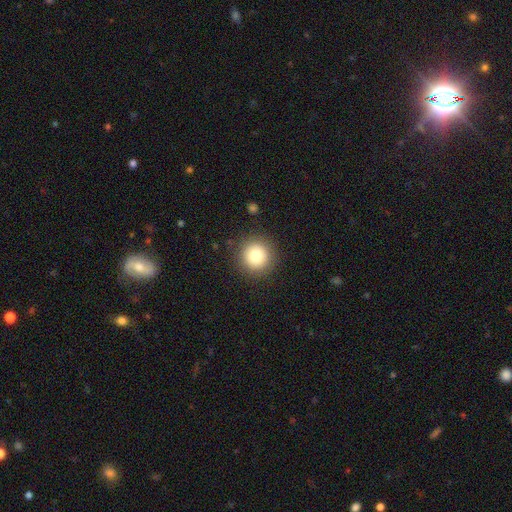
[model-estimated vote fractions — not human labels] Q: Smooth or featured?
A: smooth (80%); runner-up: star or artifact (11%)
Q: How rounded?
A: round (95%); runner-up: in between (4%)
Q: Merging?
A: none (90%); runner-up: minor disturbance (7%)